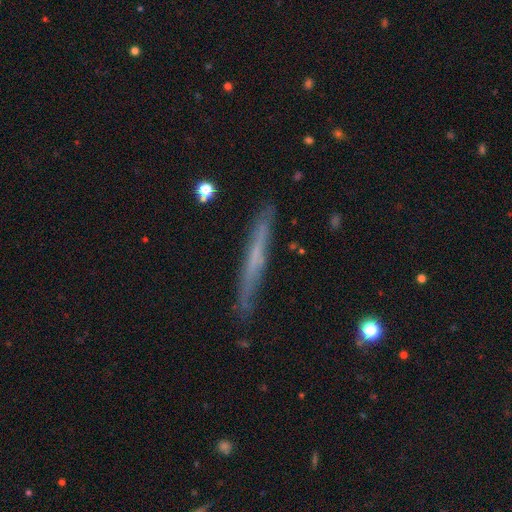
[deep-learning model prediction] This appears to be a featured or disk galaxy (48%). Merging: none (84%).